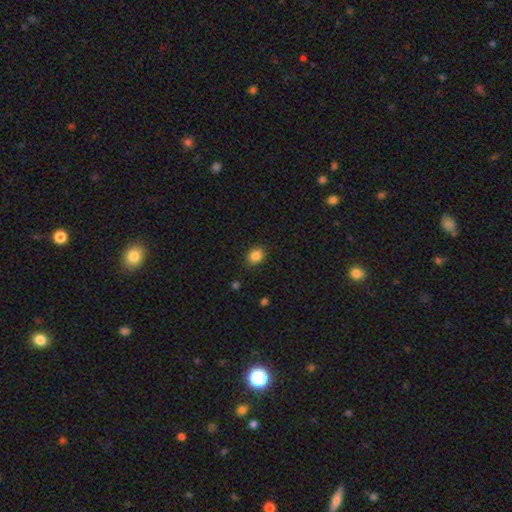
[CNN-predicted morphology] Smooth or featured?
  - smooth: 86% *
  - star or artifact: 10%
  - featured or disk: 4%
How rounded?
  - round: 52% *
  - in between: 47%
  - cigar-shaped: 1%
Merging?
  - none: 87% *
  - minor disturbance: 9%
  - major disturbance: 2%
  - merger: 1%